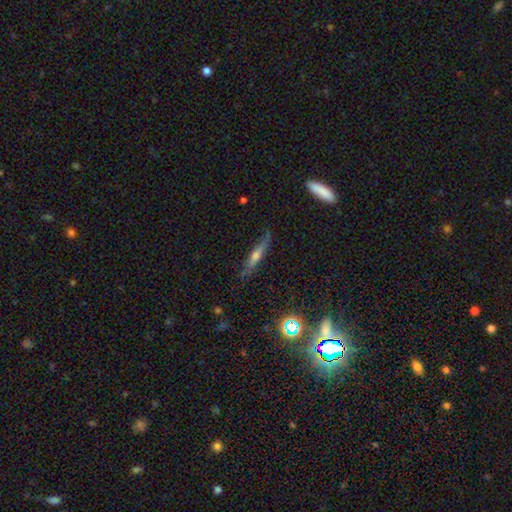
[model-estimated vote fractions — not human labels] Overall: featured or disk (50%; smooth 39%). Merging: none (77%).